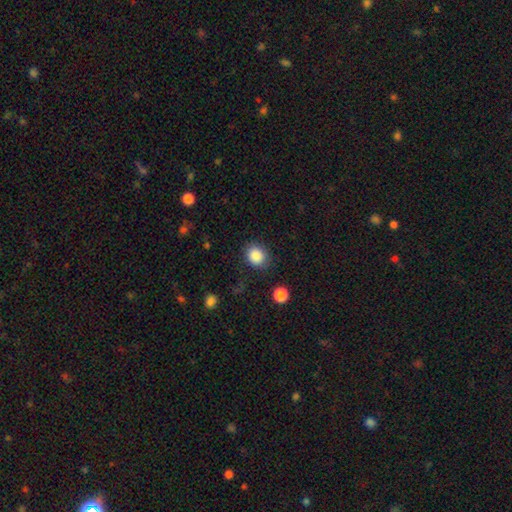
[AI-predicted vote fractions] smooth-or-featured: smooth: 86% | star or artifact: 10% | featured or disk: 4%
  how-rounded: round: 72% | in between: 27% | cigar-shaped: 1%
  merging: none: 83% | minor disturbance: 11% | major disturbance: 4% | merger: 2%